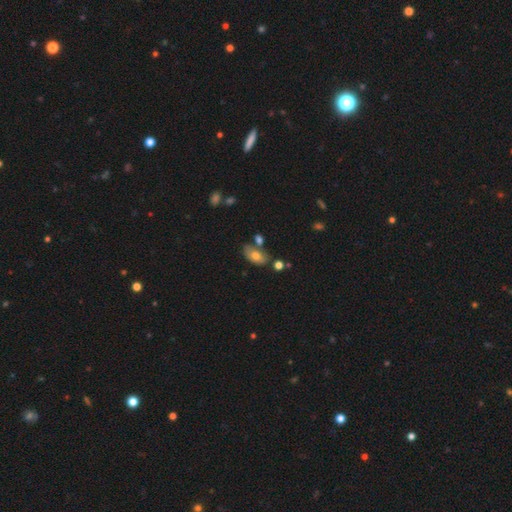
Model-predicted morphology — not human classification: A smooth galaxy with no disk features (74%) that is in between round and cigar-shaped (92%). Merging: none (57%).